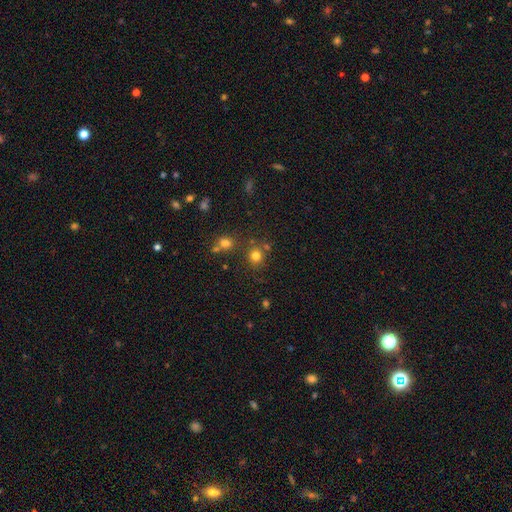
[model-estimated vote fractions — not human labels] Overall: smooth (76%). How rounded: round (87%). Merging: none (75%).